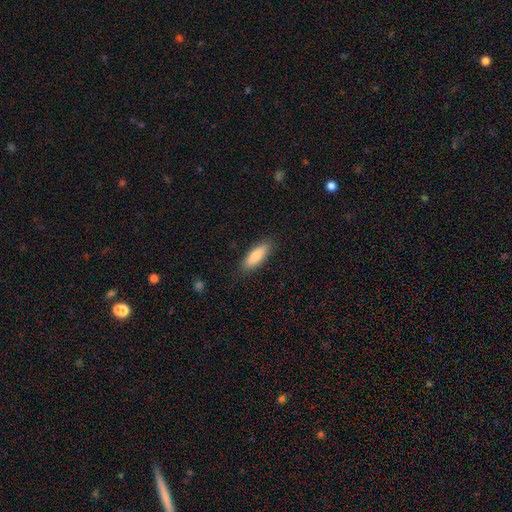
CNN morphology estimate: smooth 84%, featured or disk 10%, star or artifact 6%. Down the decision tree: how rounded — in between (58%); merging — none (86%).